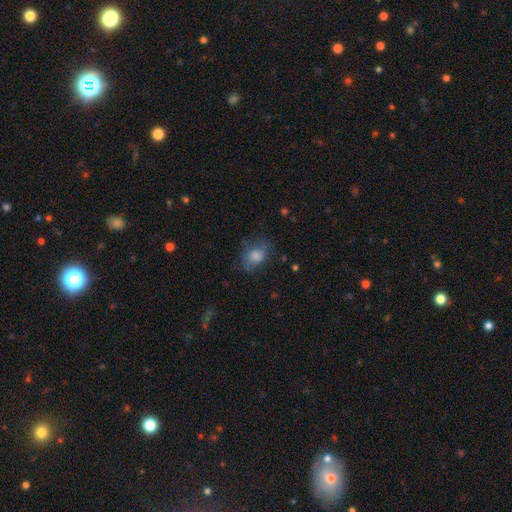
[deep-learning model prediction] This is likely a smooth galaxy (72%). How rounded: likely in between (61%). Merging: likely none (64%).